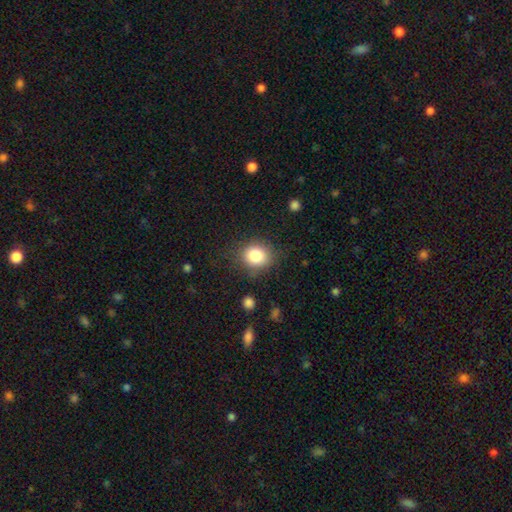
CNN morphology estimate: smooth 83%, star or artifact 10%, featured or disk 7%. Down the decision tree: how rounded — round (76%); merging — none (80%).